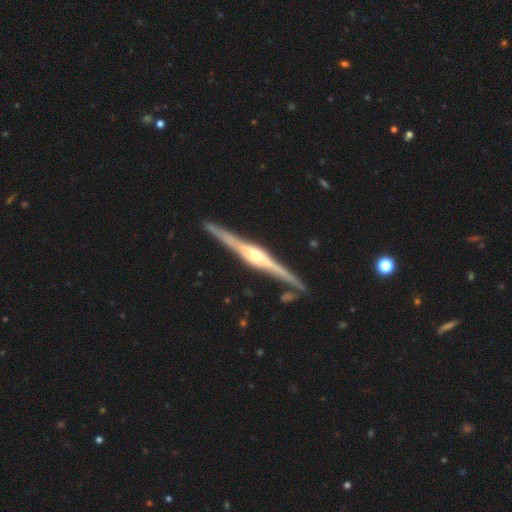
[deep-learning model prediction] Smooth or featured: featured or disk — 89% (smooth — 7%)
Edge-on disk: yes — 98% (no — 2%)
Edge-on bulge: rounded — 79% (boxy — 17%)
Merging: none — 88% (minor disturbance — 8%)